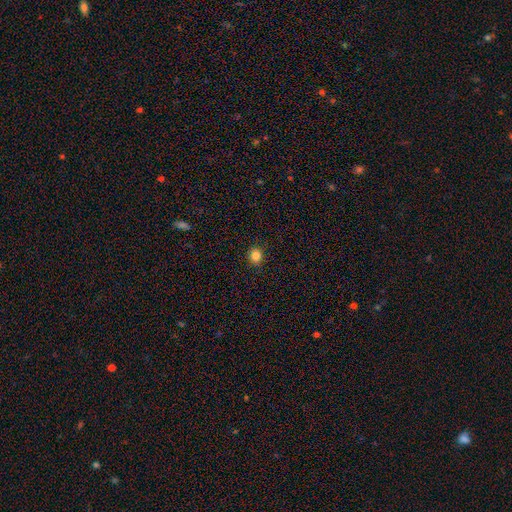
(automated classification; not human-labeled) Q: Smooth or featured?
A: smooth (84%); runner-up: star or artifact (12%)
Q: How rounded?
A: round (83%); runner-up: in between (16%)
Q: Merging?
A: none (91%); runner-up: minor disturbance (6%)